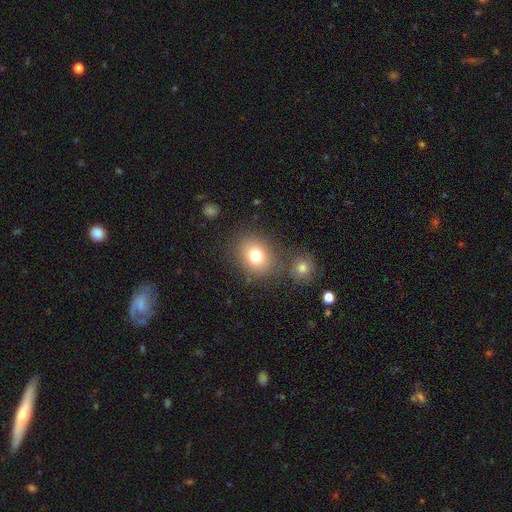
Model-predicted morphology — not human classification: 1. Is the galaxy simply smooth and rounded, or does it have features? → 79% smooth, 11% star or artifact, 10% featured or disk.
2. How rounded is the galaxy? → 61% round, 38% in between, 1% cigar-shaped.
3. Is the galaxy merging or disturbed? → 70% none, 15% merger, 11% minor disturbance, 4% major disturbance.